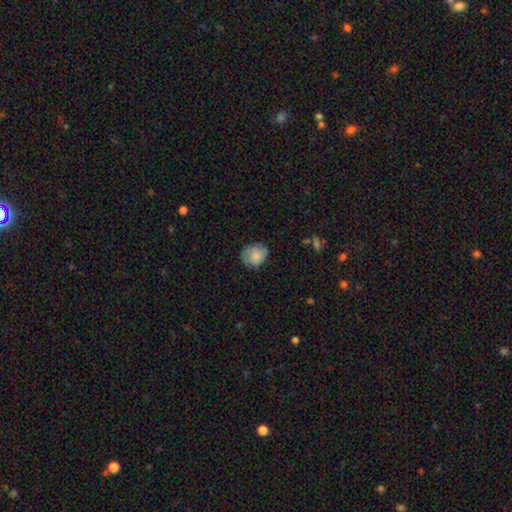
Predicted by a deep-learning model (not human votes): The model was most divided on "how rounded": round: 65%, in between: 34%, cigar-shaped: 1%. More confident: smooth or featured — smooth (75%); merging — none (67%).